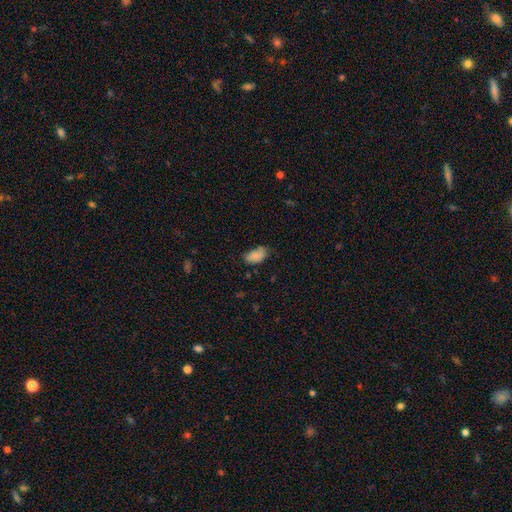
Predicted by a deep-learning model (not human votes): This appears to be a smooth galaxy with no disk features (84%) that is in between round and cigar-shaped (93%). Merging: none (58%).